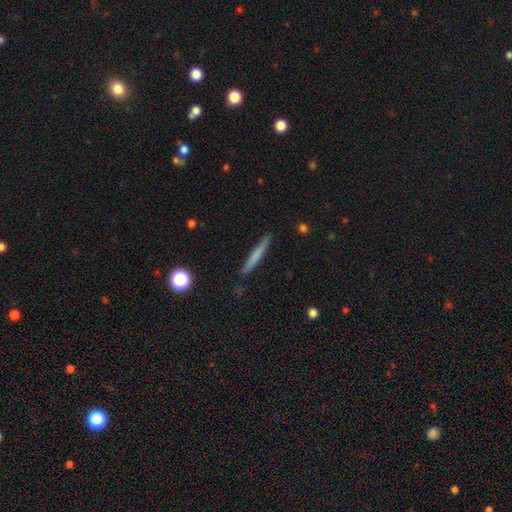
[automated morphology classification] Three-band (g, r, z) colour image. It shows a smooth galaxy with no disk features (65%) that is cigar-shaped (96%). Merging: none (88%).